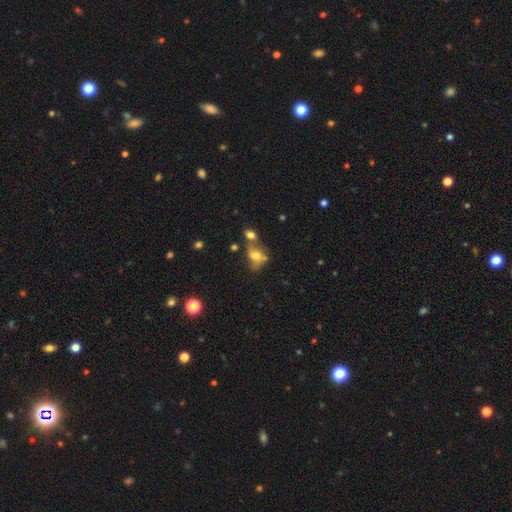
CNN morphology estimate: smooth-or-featured: smooth: 58% | featured or disk: 28% | star or artifact: 14%
  how-rounded: in between: 66% | round: 32% | cigar-shaped: 2%
  merging: merger: 39% | none: 31% | minor disturbance: 17% | major disturbance: 13%